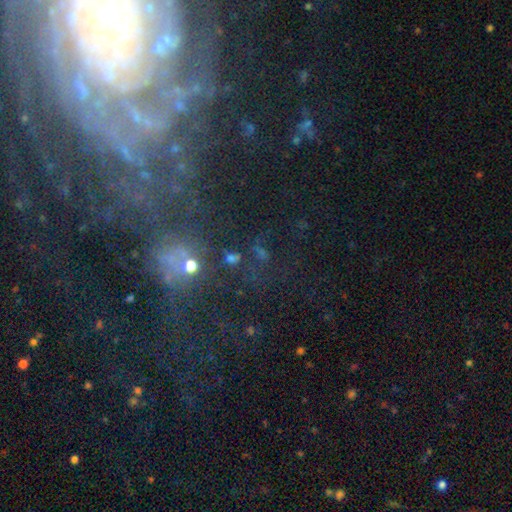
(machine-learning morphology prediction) featured or disk 40%, star or artifact 39%, smooth 21%. Down the decision tree: merging — none (56%).